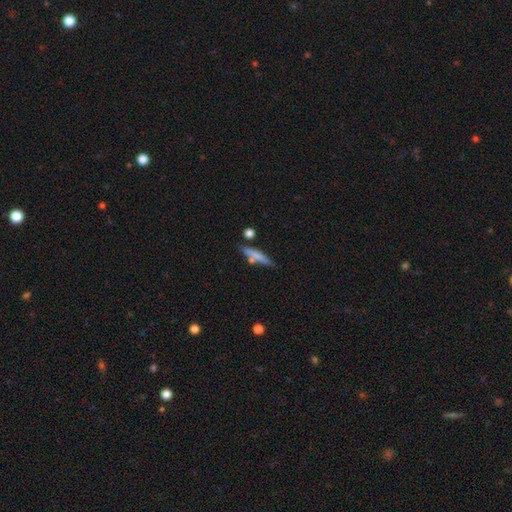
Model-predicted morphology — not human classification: A smooth galaxy with no disk features (65%) that is cigar-shaped (85%).

Vote fractions:
- Smooth or featured? smooth: 65% / featured or disk: 28% / star or artifact: 7%
- How rounded? cigar-shaped: 85% / in between: 12% / round: 3%
- Merging? none: 68% / minor disturbance: 16% / merger: 12% / major disturbance: 4%